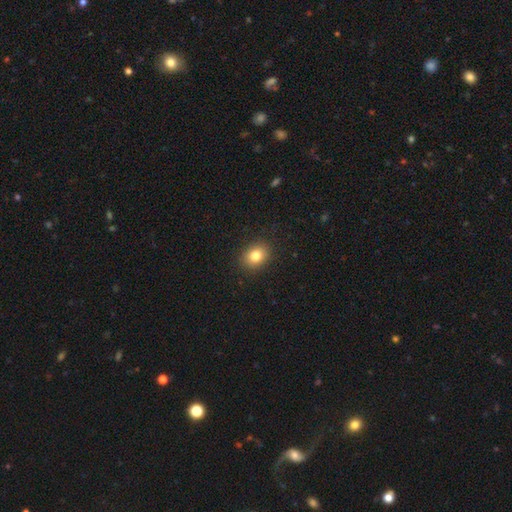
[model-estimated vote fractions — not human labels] smooth 82%, star or artifact 10%, featured or disk 8%. Down the decision tree: how rounded — in between (52%); merging — none (89%).